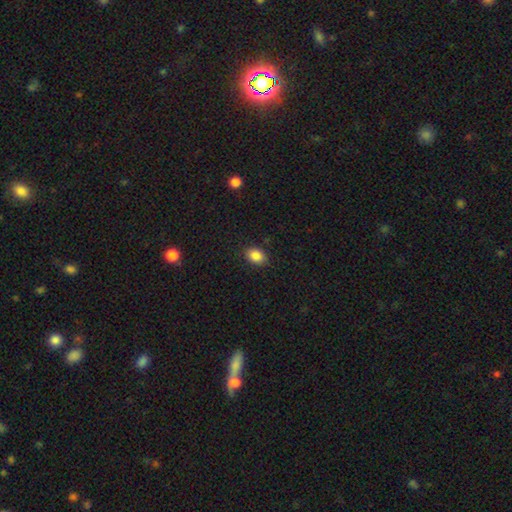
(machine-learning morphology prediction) smooth 86%, star or artifact 9%, featured or disk 4%. Down the decision tree: how rounded — in between (69%); merging — none (88%).